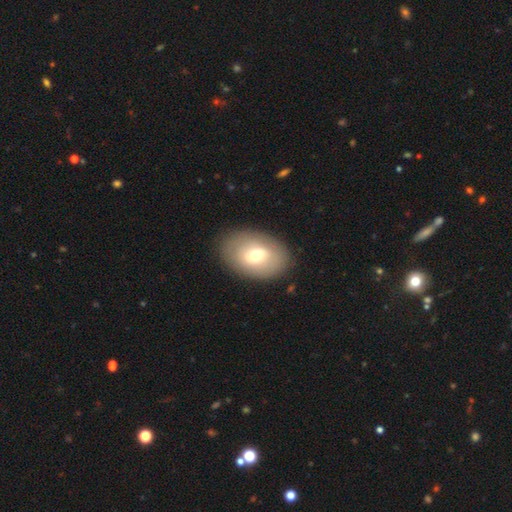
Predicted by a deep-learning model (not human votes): Smooth or featured: smooth — 62% (featured or disk — 31%)
How rounded: in between — 81% (round — 18%)
Merging: none — 86% (minor disturbance — 9%)